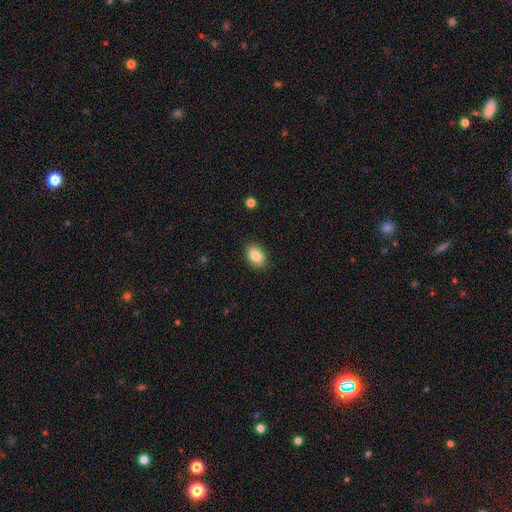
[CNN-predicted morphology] This is clearly a smooth galaxy (85%). How rounded: clearly in between (80%). Merging: clearly none (88%).